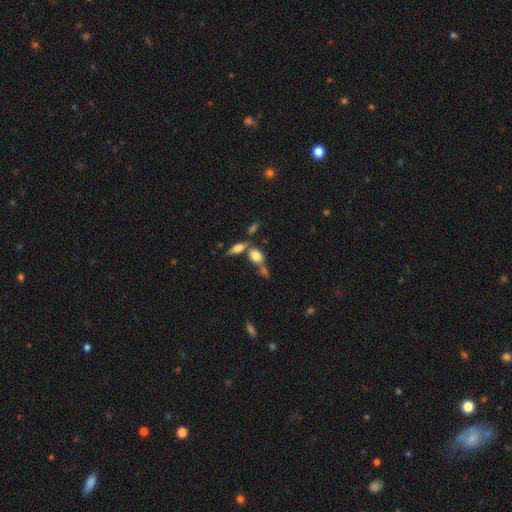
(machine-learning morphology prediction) smooth_or_featured: smooth (p=0.69) [alt: featured or disk p=0.20]
how_rounded: in between (p=0.57) [alt: round p=0.33]
merging: none (p=0.43) [alt: merger p=0.38]